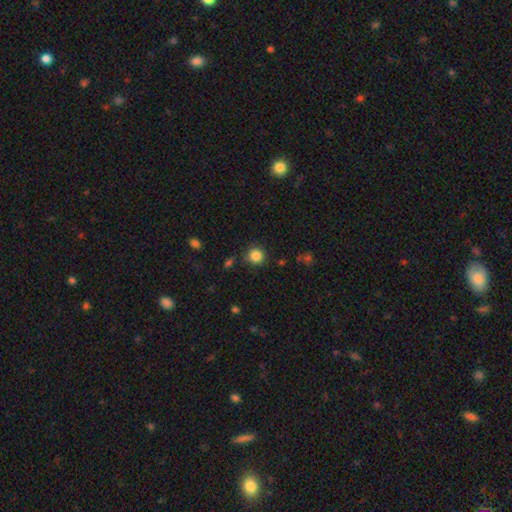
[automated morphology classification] Smooth or featured? smooth (84%)
How rounded? round (93%)
Merging? none (85%)